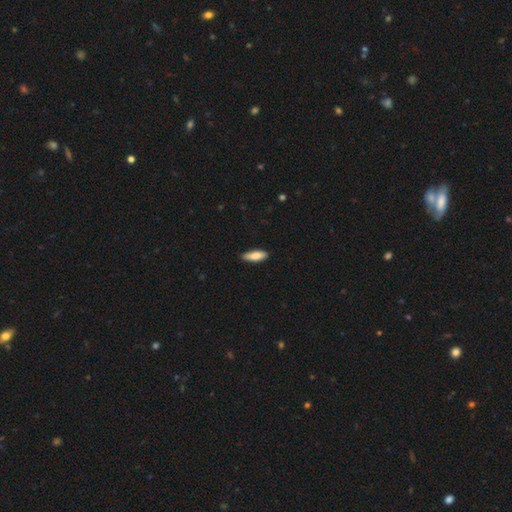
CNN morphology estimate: Overall: smooth (83%). How rounded: in between (61%; cigar-shaped 37%). Merging: none (83%).